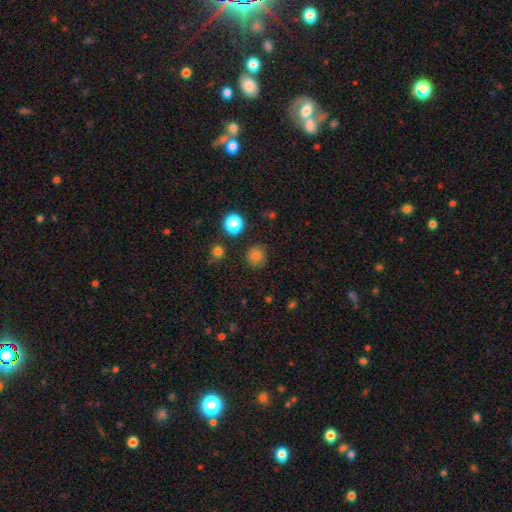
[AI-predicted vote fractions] smooth-or-featured: smooth: 79% | star or artifact: 15% | featured or disk: 6%
  how-rounded: round: 92% | in between: 7% | cigar-shaped: 1%
  merging: none: 88% | minor disturbance: 8% | major disturbance: 3% | merger: 2%